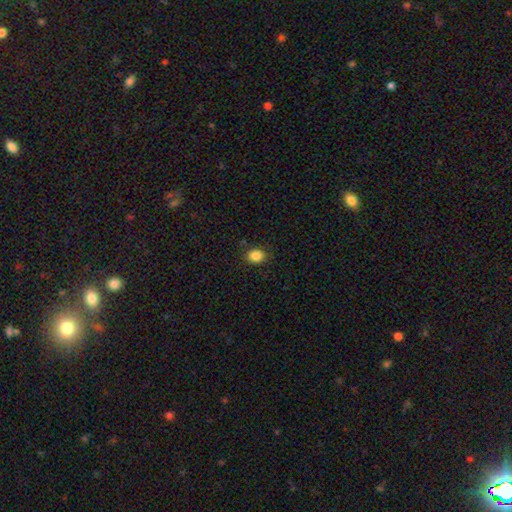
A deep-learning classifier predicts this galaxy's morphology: This is clearly a smooth galaxy (86%). How rounded: likely round (63%). Merging: clearly none (85%).